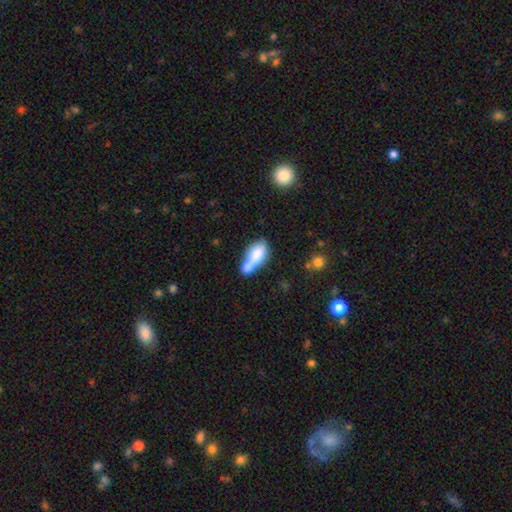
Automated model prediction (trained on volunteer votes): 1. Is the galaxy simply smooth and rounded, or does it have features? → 70% smooth, 22% featured or disk, 8% star or artifact.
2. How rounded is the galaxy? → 76% in between, 18% cigar-shaped, 6% round.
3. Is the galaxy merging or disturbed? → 57% merger, 20% none, 14% minor disturbance, 9% major disturbance.